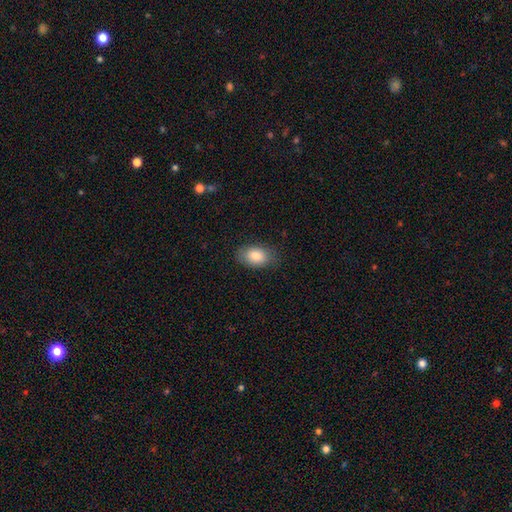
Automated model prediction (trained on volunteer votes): Smooth or featured: smooth — 85% (featured or disk — 8%)
How rounded: in between — 87% (round — 12%)
Merging: none — 80% (minor disturbance — 15%)